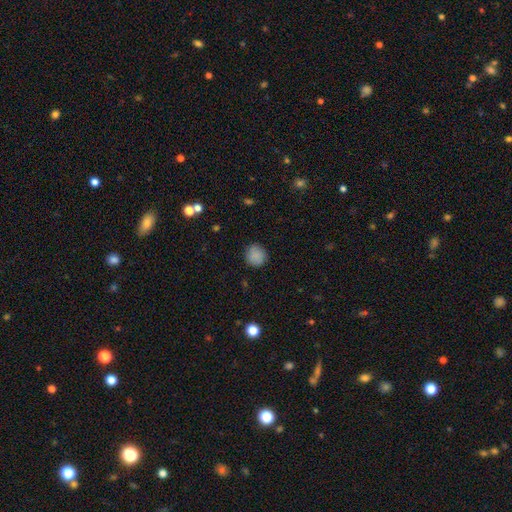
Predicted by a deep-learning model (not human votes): Overall: smooth (86%). How rounded: round (88%). Merging: none (85%).